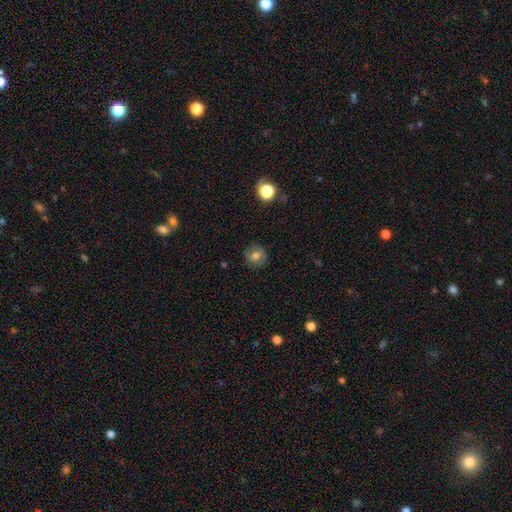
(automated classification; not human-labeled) This is likely a smooth galaxy (75%). How rounded: clearly round (89%). Merging: clearly none (87%).